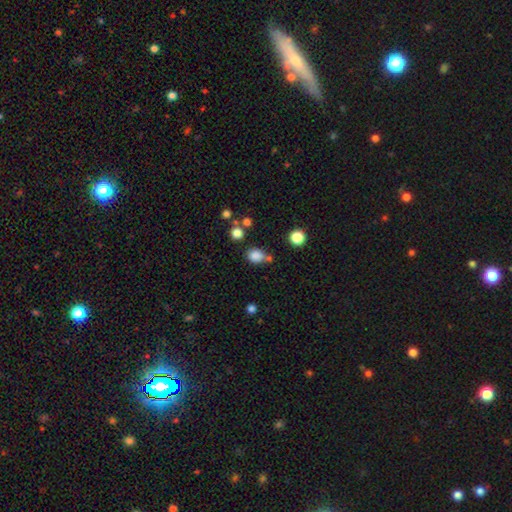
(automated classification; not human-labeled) A smooth galaxy with no disk features (82%) that is round (56%).

Vote fractions:
- Smooth or featured? smooth: 82% / star or artifact: 13% / featured or disk: 5%
- How rounded? round: 56% / in between: 43% / cigar-shaped: 1%
- Merging? none: 66% / minor disturbance: 16% / merger: 14% / major disturbance: 5%